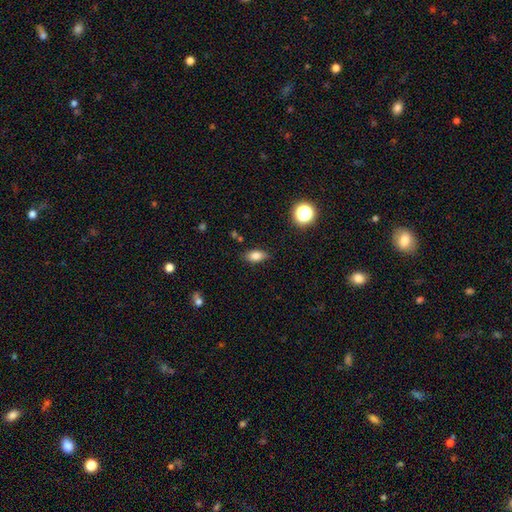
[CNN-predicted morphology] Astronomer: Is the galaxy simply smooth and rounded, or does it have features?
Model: smooth — 81%.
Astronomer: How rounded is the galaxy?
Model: in between — 85%.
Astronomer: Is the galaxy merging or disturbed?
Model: none — 83%.